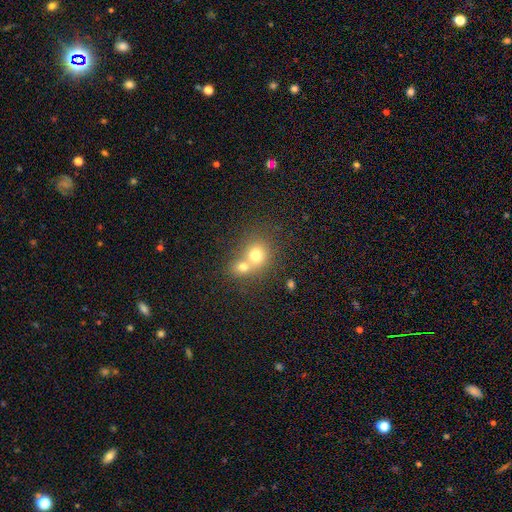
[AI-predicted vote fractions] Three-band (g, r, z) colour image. It shows a smooth galaxy with no disk features (73%) that is round (78%). Merging: merger (62%).